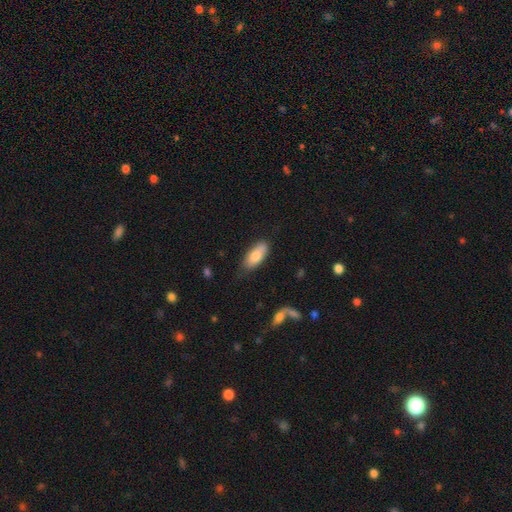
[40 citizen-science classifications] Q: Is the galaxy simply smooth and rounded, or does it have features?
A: smooth — 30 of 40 (75%).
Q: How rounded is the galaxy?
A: in between — 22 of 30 (73%).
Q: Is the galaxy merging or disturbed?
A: none — 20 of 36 (56%).